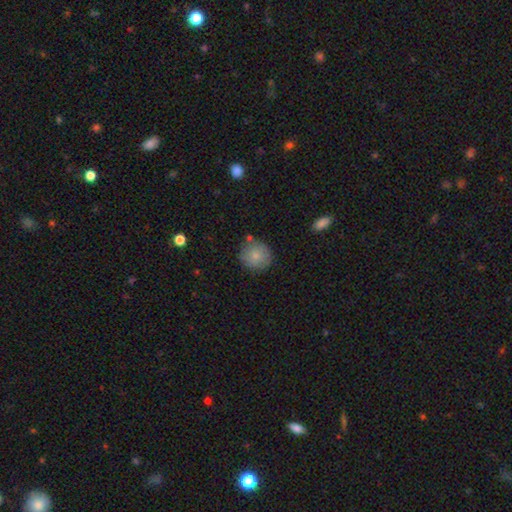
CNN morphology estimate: Smooth or featured? Predicted: smooth (p=0.81). How rounded? Predicted: round (p=0.90). Merging? Predicted: none (p=0.76).